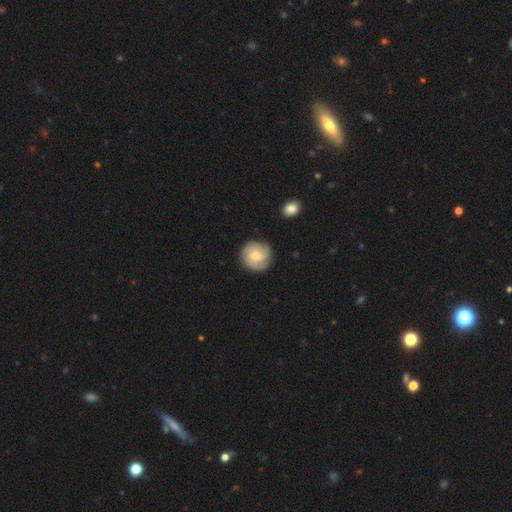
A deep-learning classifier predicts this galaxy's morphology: Smooth or featured: smooth — 47% (featured or disk — 46%)
Merging: none — 83% (minor disturbance — 12%)